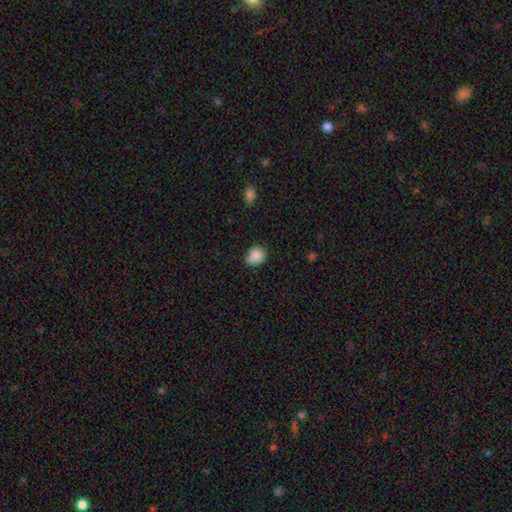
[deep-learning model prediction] smooth 86%, star or artifact 9%, featured or disk 5%. Down the decision tree: how rounded — round (63%); merging — none (61%).